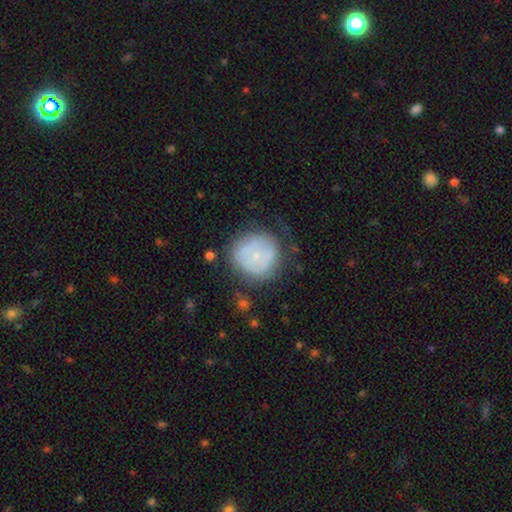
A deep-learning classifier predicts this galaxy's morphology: Smooth or featured: smooth — 52% (featured or disk — 40%)
How rounded: round — 87% (in between — 12%)
Merging: none — 63% (minor disturbance — 25%)